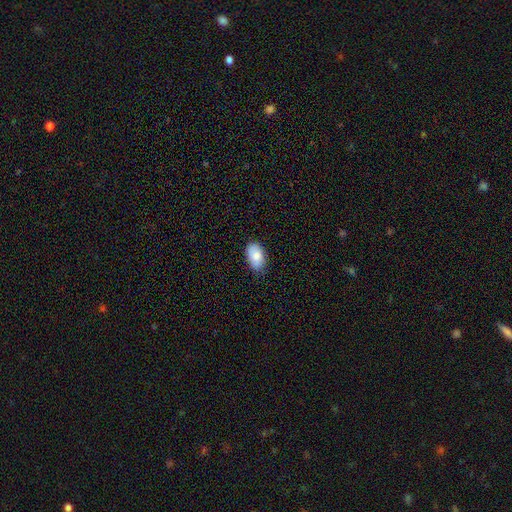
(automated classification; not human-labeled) smooth-or-featured: smooth: 85% | featured or disk: 8% | star or artifact: 7%
  how-rounded: in between: 92% | round: 7% | cigar-shaped: 1%
  merging: none: 78% | minor disturbance: 19% | major disturbance: 3% | merger: 1%